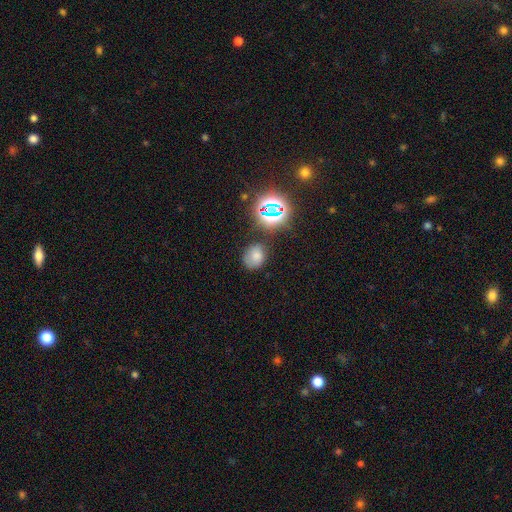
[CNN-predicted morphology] Q: Smooth or featured?
A: smooth (67%); runner-up: star or artifact (22%)
Q: How rounded?
A: round (50%); runner-up: in between (49%)
Q: Merging?
A: none (66%); runner-up: minor disturbance (21%)